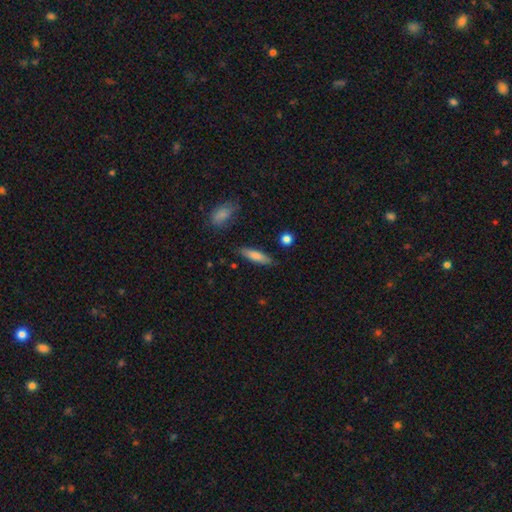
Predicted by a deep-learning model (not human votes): Smooth or featured? smooth (78%)
How rounded? cigar-shaped (64%)
Merging? none (84%)